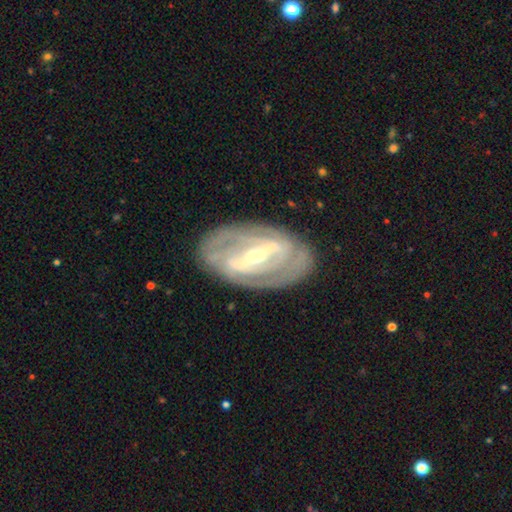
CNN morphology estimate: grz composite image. It shows a featured or disk galaxy (86%) with a strong bar (75%), 2 (56%) tight (60%) spiral arms (81%) and a small central bulge (49%). Merging: none (81%).